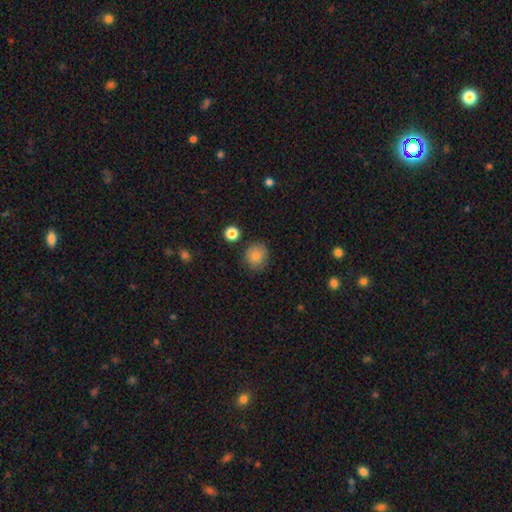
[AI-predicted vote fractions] A smooth galaxy with no disk features (83%) that is round (86%).

Vote fractions:
- Smooth or featured? smooth: 83% / star or artifact: 10% / featured or disk: 7%
- How rounded? round: 86% / in between: 13% / cigar-shaped: 1%
- Merging? none: 83% / minor disturbance: 12% / major disturbance: 3% / merger: 3%